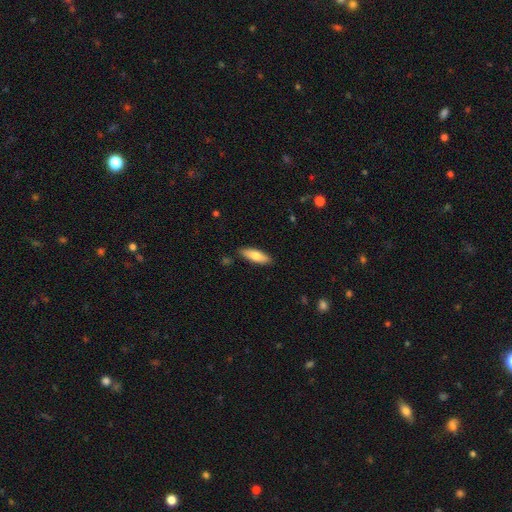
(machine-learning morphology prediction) smooth 77%, featured or disk 18%, star or artifact 6%. Down the decision tree: how rounded — in between (54%); merging — none (86%).